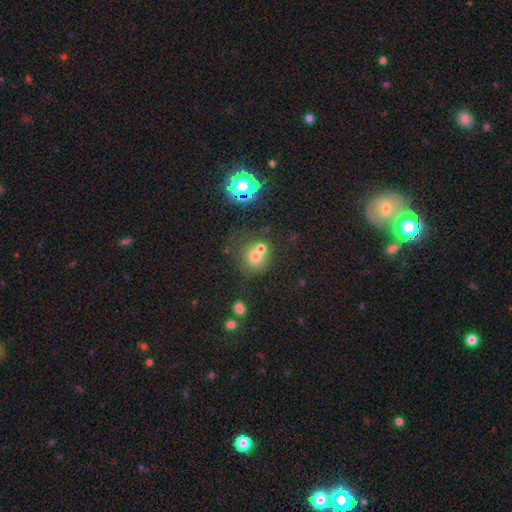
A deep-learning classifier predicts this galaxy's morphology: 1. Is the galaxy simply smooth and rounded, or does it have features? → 65% smooth, 18% star or artifact, 17% featured or disk.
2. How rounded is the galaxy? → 82% round, 17% in between, 1% cigar-shaped.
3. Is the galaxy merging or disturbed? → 45% merger, 41% none, 9% minor disturbance, 5% major disturbance.